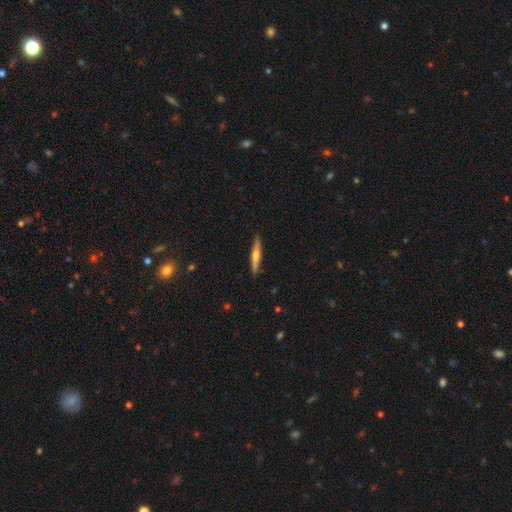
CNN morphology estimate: type=featured or disk (60%); edge-on=yes (97%); edge-on bulge=rounded (82%); merging=none (91%).